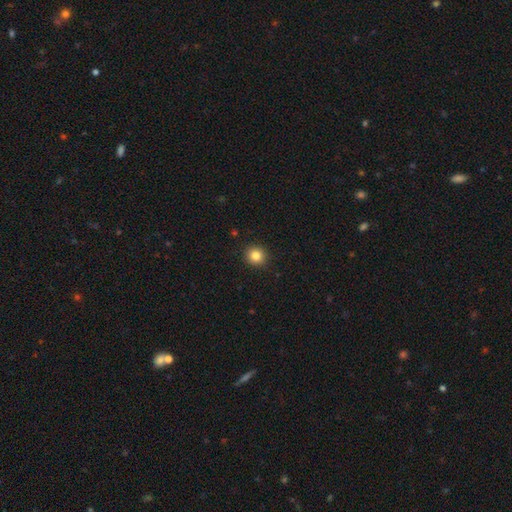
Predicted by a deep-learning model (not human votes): Overall: smooth (84%). How rounded: round (88%). Merging: none (91%).